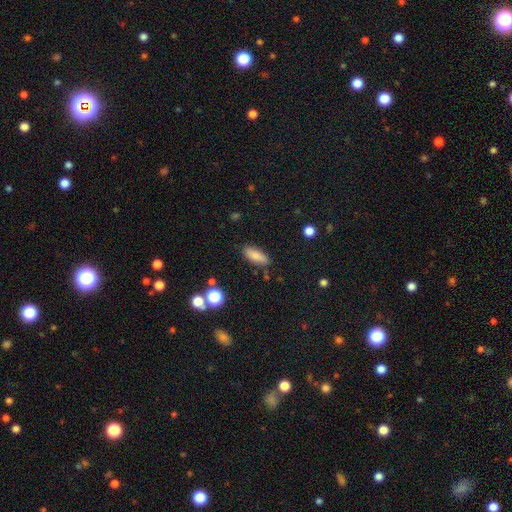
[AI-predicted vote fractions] smooth-or-featured: smooth: 81% | featured or disk: 10% | star or artifact: 8%
  how-rounded: in between: 74% | cigar-shaped: 23% | round: 3%
  merging: none: 83% | minor disturbance: 12% | major disturbance: 3% | merger: 2%